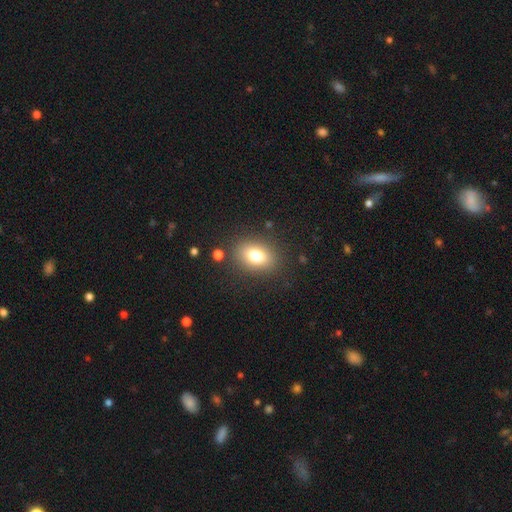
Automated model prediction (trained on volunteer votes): The model was most divided on "how rounded": in between: 69%, round: 30%, cigar-shaped: 1%. More confident: merging — none (84%); smooth or featured — smooth (77%).